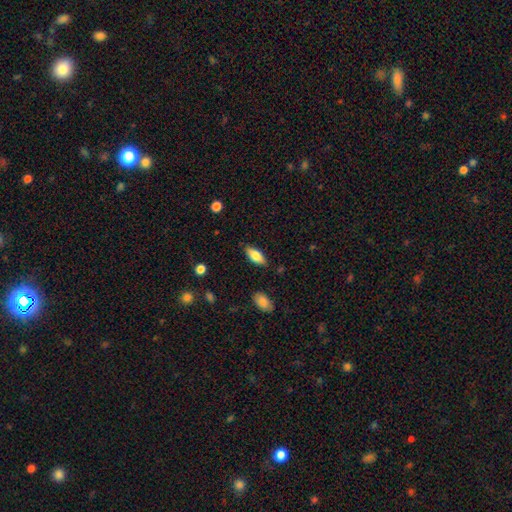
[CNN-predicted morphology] Smooth or featured? smooth (79%)
How rounded? in between (84%)
Merging? none (83%)